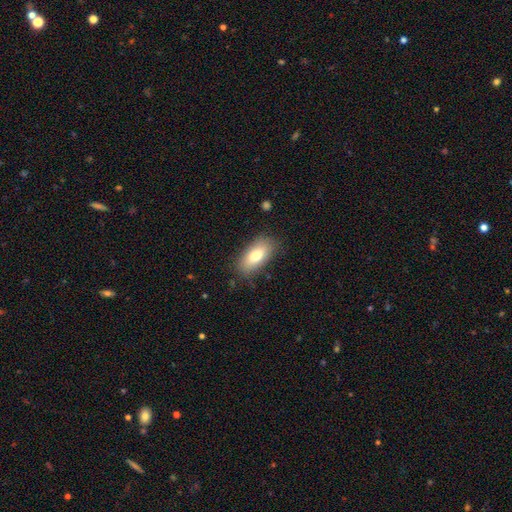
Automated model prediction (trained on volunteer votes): Q: Smooth or featured?
A: smooth (77%); runner-up: featured or disk (15%)
Q: How rounded?
A: in between (86%); runner-up: cigar-shaped (11%)
Q: Merging?
A: none (83%); runner-up: minor disturbance (13%)